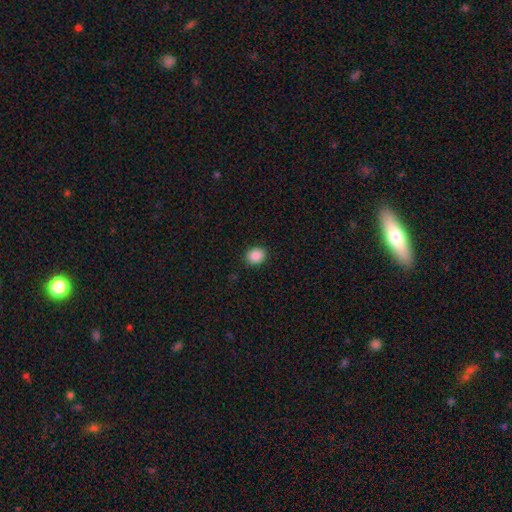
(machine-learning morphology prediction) This is clearly a smooth galaxy (88%). How rounded: likely round (63%). Merging: clearly none (91%).